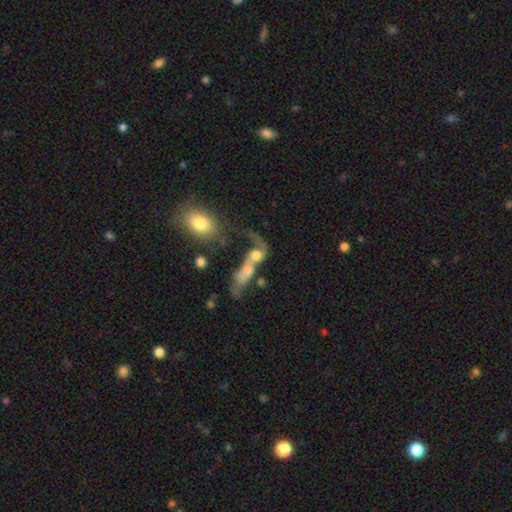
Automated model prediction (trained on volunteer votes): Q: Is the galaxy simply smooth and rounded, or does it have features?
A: smooth — 46%.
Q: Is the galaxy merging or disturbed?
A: merger — 67%.